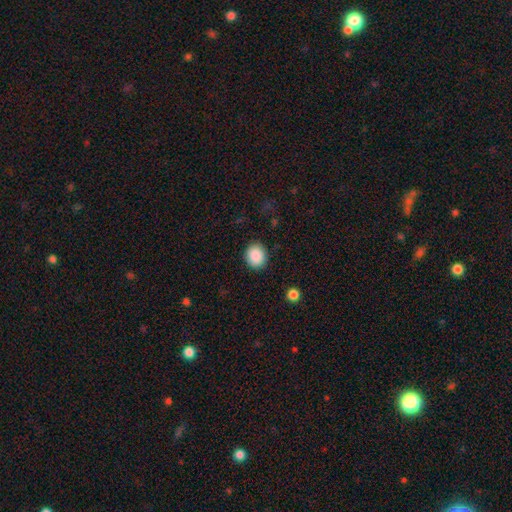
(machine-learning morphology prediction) Overall: smooth (89%). How rounded: round (69%; in between 30%). Merging: none (89%).